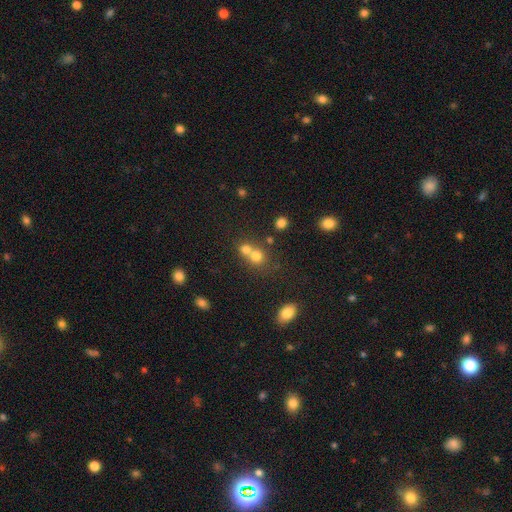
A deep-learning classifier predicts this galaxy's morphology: A smooth galaxy with no disk features (74%) that is round (82%).

Vote fractions:
- Smooth or featured? smooth: 74% / star or artifact: 15% / featured or disk: 11%
- How rounded? round: 82% / in between: 17% / cigar-shaped: 1%
- Merging? merger: 53% / none: 39% / minor disturbance: 6% / major disturbance: 3%